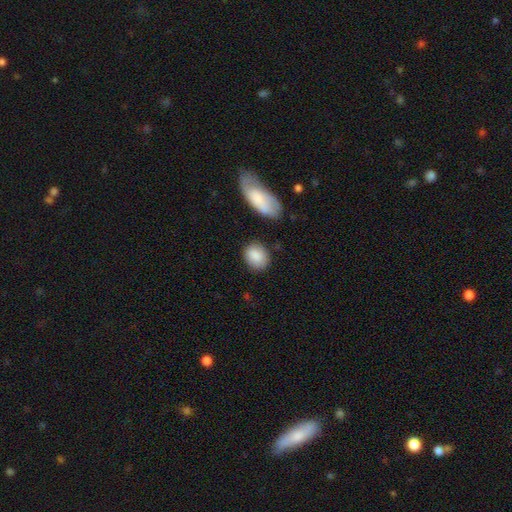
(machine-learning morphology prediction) Smooth or featured: smooth — 88% (star or artifact — 6%)
How rounded: in between — 58% (round — 40%)
Merging: none — 78% (minor disturbance — 14%)